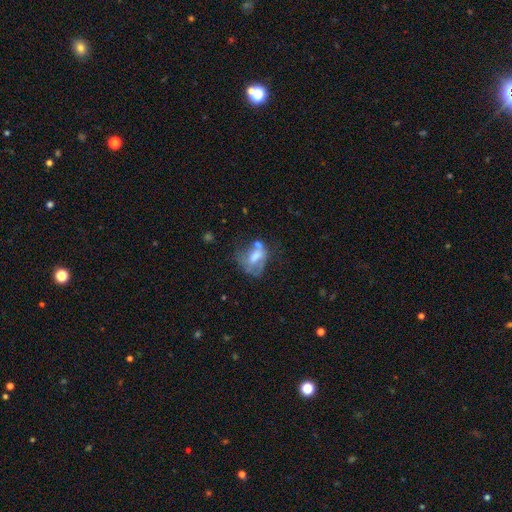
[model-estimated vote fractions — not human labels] smooth-or-featured: featured or disk: 45% | smooth: 44% | star or artifact: 11%
  merging: major disturbance: 30% | none: 26% | merger: 23% | minor disturbance: 21%